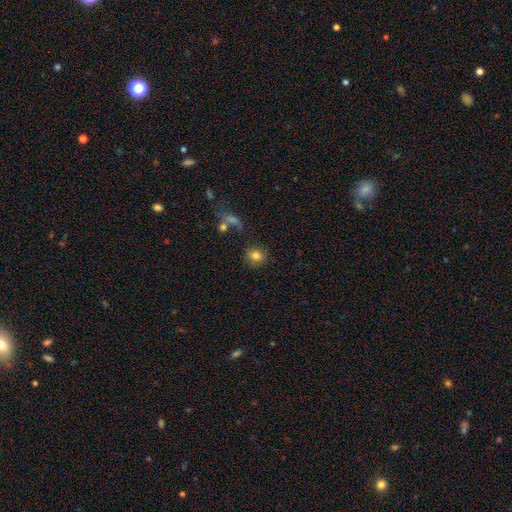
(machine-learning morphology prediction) smooth 81%, star or artifact 11%, featured or disk 8%. Down the decision tree: how rounded — round (68%); merging — none (78%).